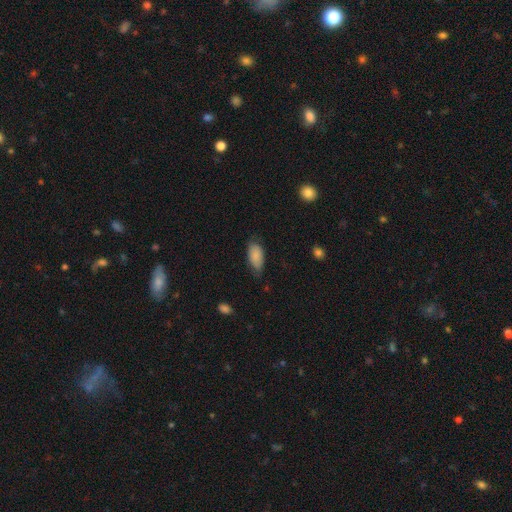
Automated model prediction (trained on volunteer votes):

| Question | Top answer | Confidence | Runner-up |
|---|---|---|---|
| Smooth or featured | smooth | 86% | featured or disk (7%) |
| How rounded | in between | 92% | cigar-shaped (5%) |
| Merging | none | 63% | minor disturbance (30%) |